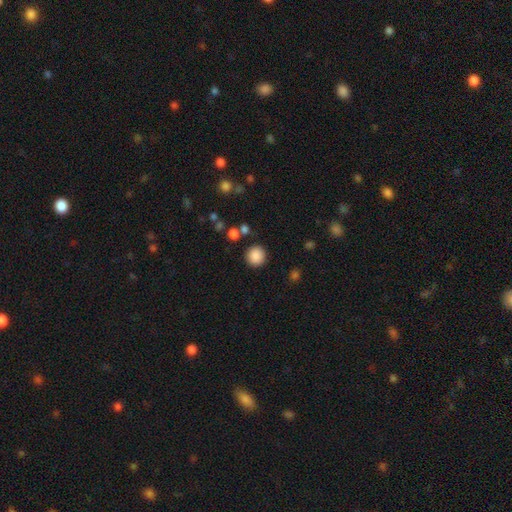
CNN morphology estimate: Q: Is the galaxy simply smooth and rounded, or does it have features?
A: smooth — 87%.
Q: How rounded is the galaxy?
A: round — 94%.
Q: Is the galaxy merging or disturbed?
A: none — 88%.